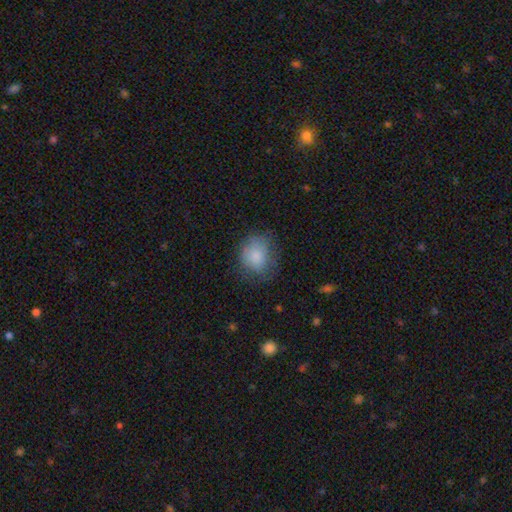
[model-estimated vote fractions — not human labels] smooth-or-featured: smooth: 83% | featured or disk: 9% | star or artifact: 8%
  how-rounded: round: 67% | in between: 32% | cigar-shaped: 1%
  merging: none: 65% | minor disturbance: 24% | major disturbance: 10% | merger: 1%